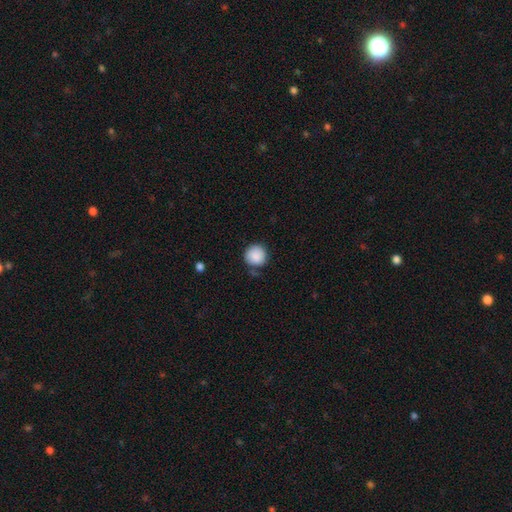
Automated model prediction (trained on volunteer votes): smooth 88%, star or artifact 8%, featured or disk 4%. Down the decision tree: how rounded — round (94%); merging — none (75%).